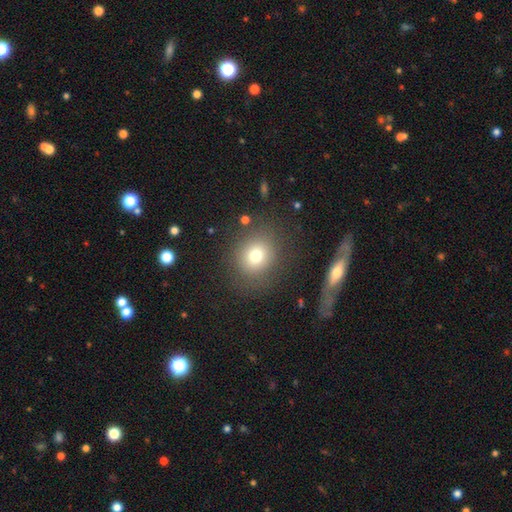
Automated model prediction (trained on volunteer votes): Smooth or featured?
  - smooth: 74% *
  - star or artifact: 15%
  - featured or disk: 11%
How rounded?
  - round: 79% *
  - in between: 20%
  - cigar-shaped: 1%
Merging?
  - none: 82% *
  - minor disturbance: 10%
  - major disturbance: 5%
  - merger: 2%